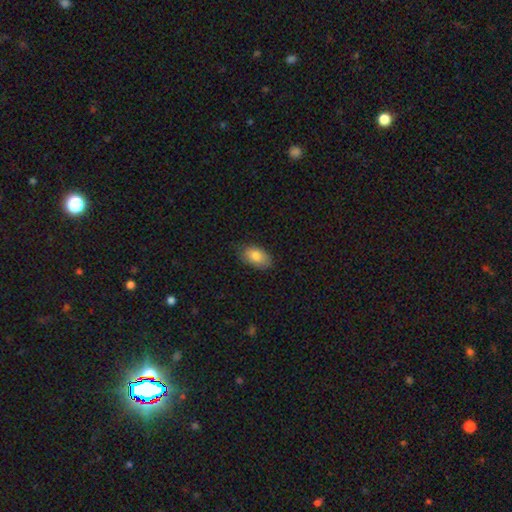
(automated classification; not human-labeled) Morphology: type=smooth (83%); roundness=in between (93%); merging=none (76%).